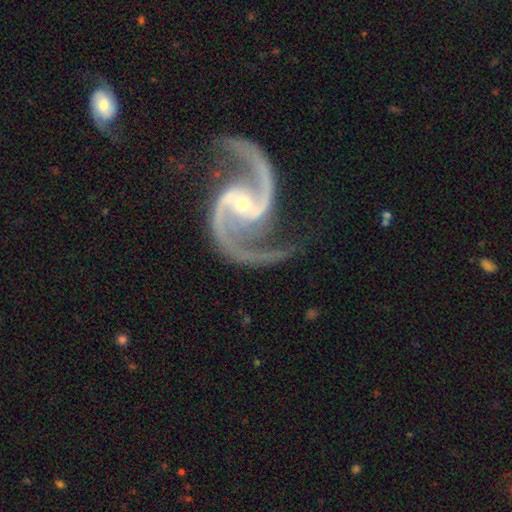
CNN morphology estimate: The model was most divided on "bar": weak: 37%, no: 34%, strong: 29%. More confident: spiral arms — yes (99%); edge-on disk — no (98%); smooth or featured — featured or disk (95%); spiral arm count — 2 (95%); merging — none (74%); bulge size — small (66%); spiral winding — medium (62%).